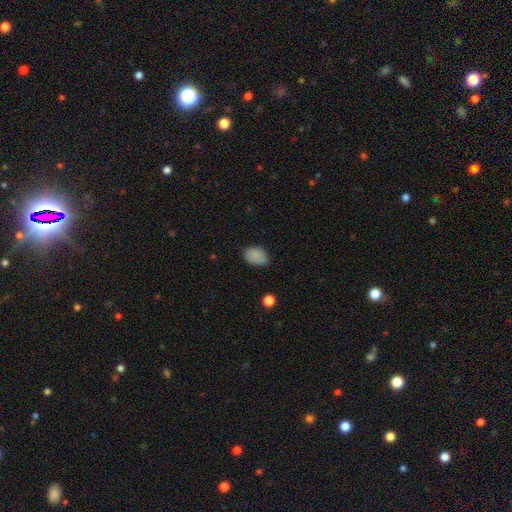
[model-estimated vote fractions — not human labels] Smooth or featured: smooth — 86% (star or artifact — 8%)
How rounded: in between — 83% (round — 16%)
Merging: none — 77% (minor disturbance — 18%)